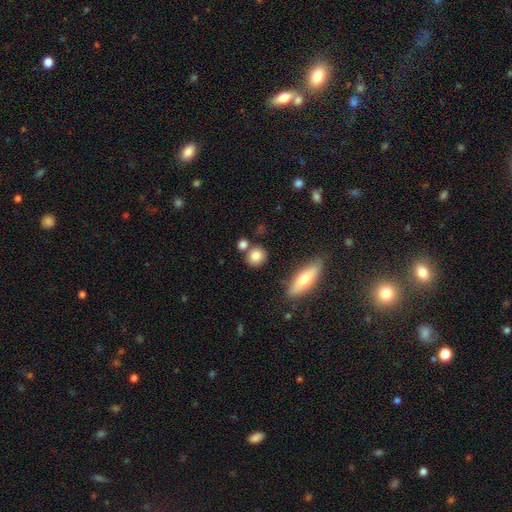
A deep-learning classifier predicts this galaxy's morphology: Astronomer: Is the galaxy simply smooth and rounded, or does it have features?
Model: smooth — 82%.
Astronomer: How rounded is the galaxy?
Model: round — 80%.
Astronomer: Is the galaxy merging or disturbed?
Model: none — 75%.